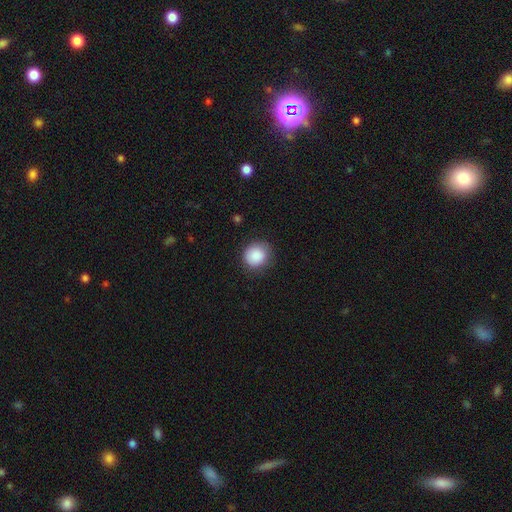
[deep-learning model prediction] A smooth galaxy with no disk features (88%) that is round (85%).

Vote fractions:
- Smooth or featured? smooth: 88% / star or artifact: 8% / featured or disk: 4%
- How rounded? round: 85% / in between: 14% / cigar-shaped: 1%
- Merging? none: 82% / minor disturbance: 13% / major disturbance: 3% / merger: 1%